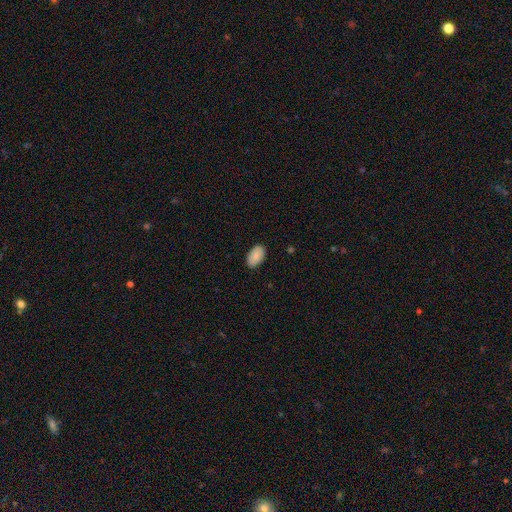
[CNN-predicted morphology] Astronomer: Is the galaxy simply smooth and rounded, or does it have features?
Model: smooth — 86%.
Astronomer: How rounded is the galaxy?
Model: in between — 94%.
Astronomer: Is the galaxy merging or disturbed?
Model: none — 86%.